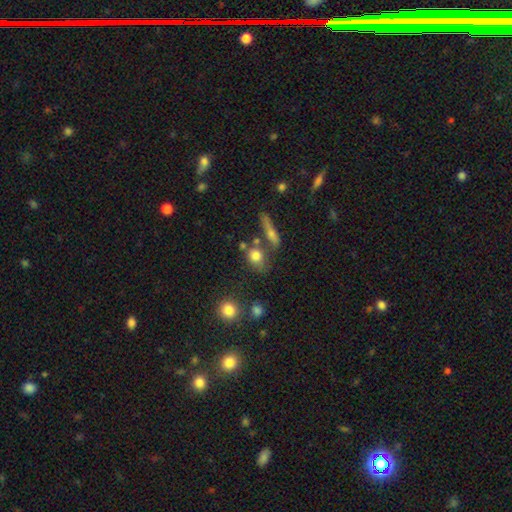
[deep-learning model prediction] Smooth or featured: smooth — 76% (featured or disk — 13%)
How rounded: round — 56% (in between — 38%)
Merging: none — 53% (merger — 23%)